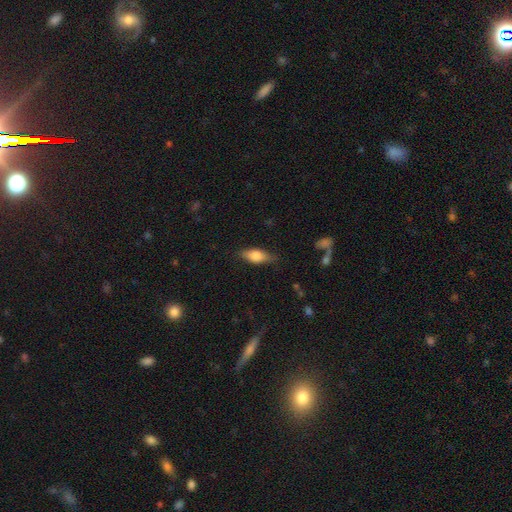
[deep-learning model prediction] The model was most divided on "smooth or featured": smooth: 71%, featured or disk: 23%, star or artifact: 7%. More confident: merging — none (78%); how rounded — in between (75%).